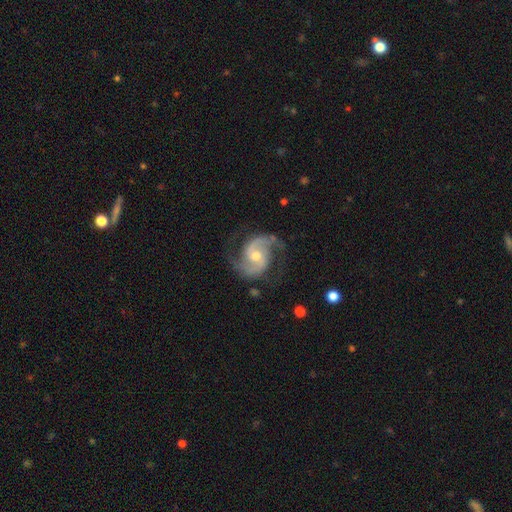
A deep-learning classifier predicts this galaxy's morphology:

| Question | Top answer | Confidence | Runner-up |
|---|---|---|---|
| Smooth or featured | featured or disk | 92% | star or artifact (4%) |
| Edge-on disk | no | 98% | yes (2%) |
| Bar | no | 54% | weak (38%) |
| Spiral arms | yes | 98% | no (2%) |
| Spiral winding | medium | 60% | tight (21%) |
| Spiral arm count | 2 | 92% | 3 (2%) |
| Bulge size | moderate | 58% | small (36%) |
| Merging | none | 75% | minor disturbance (17%) |